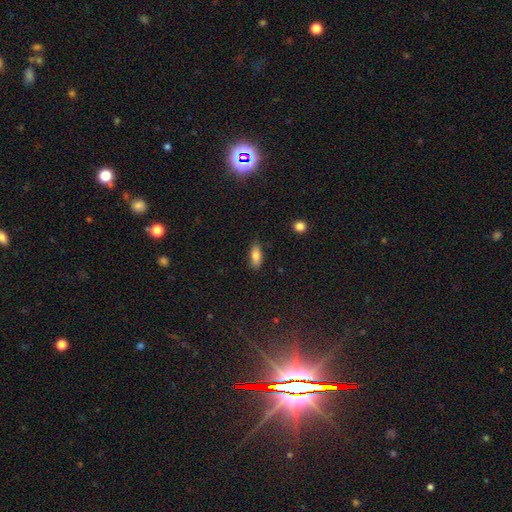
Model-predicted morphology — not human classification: type=smooth (81%); roundness=in between (80%); merging=none (85%).